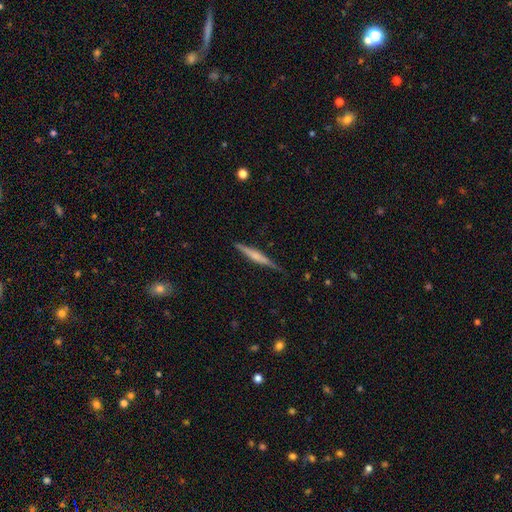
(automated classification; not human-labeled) smooth_or_featured: featured or disk (p=0.58) [alt: smooth p=0.36]
disk_edge_on: yes (p=0.98) [alt: no p=0.02]
edge_on_bulge: rounded (p=0.54) [alt: none p=0.29]
merging: none (p=0.85) [alt: minor disturbance p=0.12]